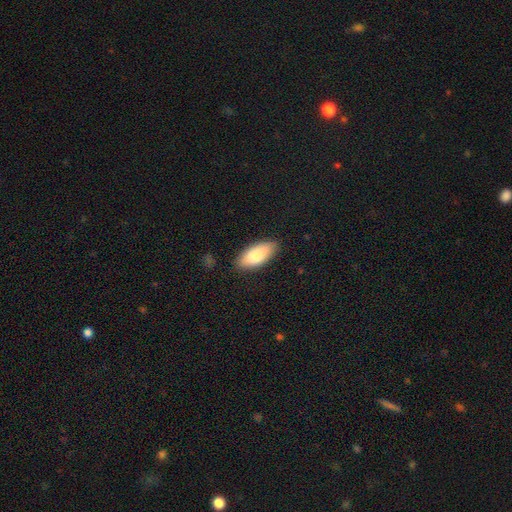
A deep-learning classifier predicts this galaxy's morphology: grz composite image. It shows a smooth galaxy with no disk features (83%) that is in between round and cigar-shaped (88%). Merging: none (86%).